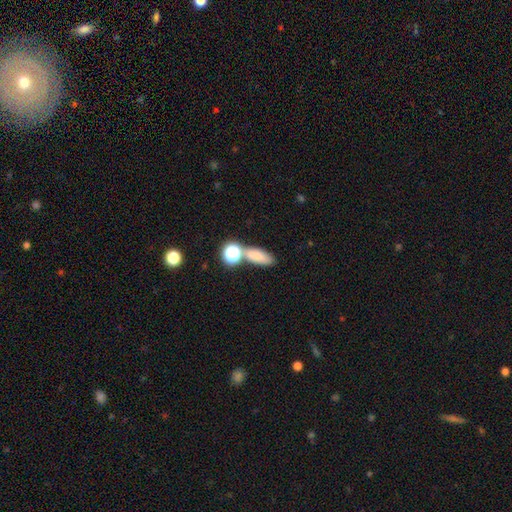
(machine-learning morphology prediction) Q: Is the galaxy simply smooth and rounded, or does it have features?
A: smooth — 75%.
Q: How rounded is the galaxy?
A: in between — 70%.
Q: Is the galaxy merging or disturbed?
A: none — 61%.